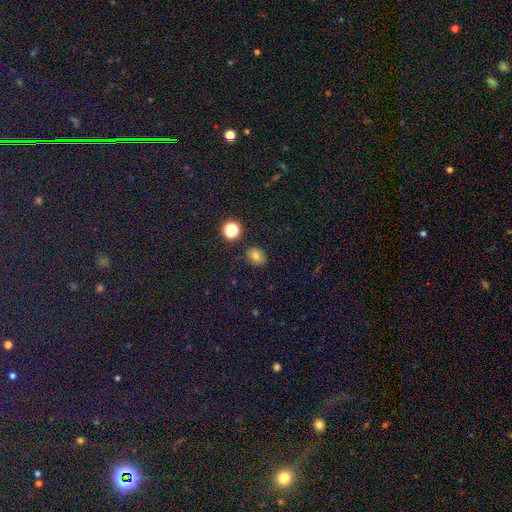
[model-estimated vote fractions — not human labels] smooth 72%, star or artifact 17%, featured or disk 10%. Down the decision tree: how rounded — round (52%); merging — none (83%).